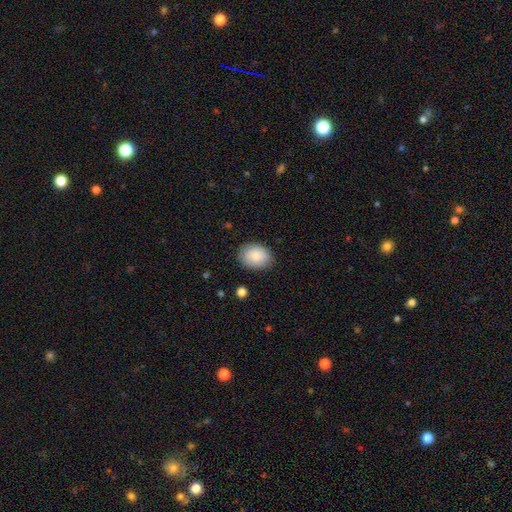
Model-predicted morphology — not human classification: This appears to be a smooth galaxy with no disk features (88%) that is in between round and cigar-shaped (67%). Merging: none (84%).